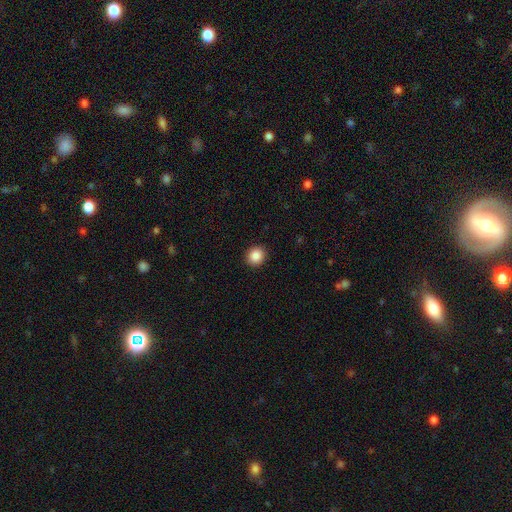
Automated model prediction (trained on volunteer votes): Smooth or featured: smooth — 87% (star or artifact — 9%)
How rounded: round — 84% (in between — 15%)
Merging: none — 92% (minor disturbance — 5%)